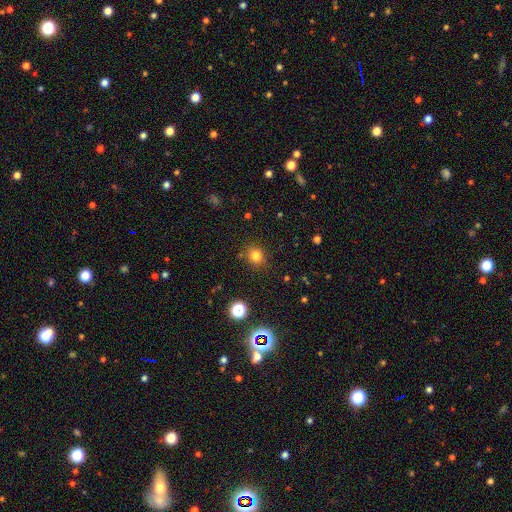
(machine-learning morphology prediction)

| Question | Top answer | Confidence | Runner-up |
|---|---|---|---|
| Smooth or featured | smooth | 78% | star or artifact (16%) |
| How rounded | round | 80% | in between (19%) |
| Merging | none | 85% | minor disturbance (9%) |